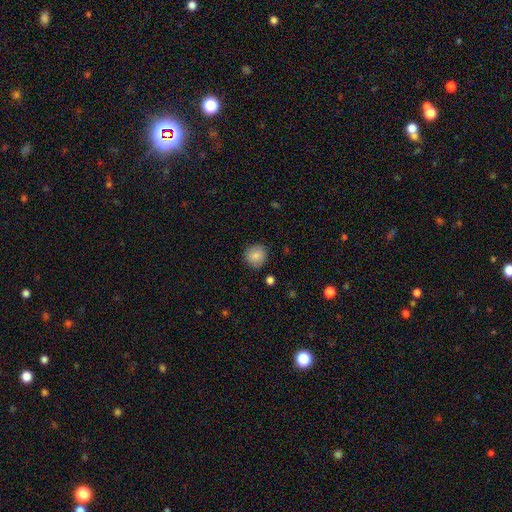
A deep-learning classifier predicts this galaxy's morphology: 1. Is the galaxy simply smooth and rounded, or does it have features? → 86% smooth, 8% star or artifact, 6% featured or disk.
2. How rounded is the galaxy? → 91% round, 8% in between, 1% cigar-shaped.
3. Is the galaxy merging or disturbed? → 87% none, 9% minor disturbance, 2% major disturbance, 1% merger.